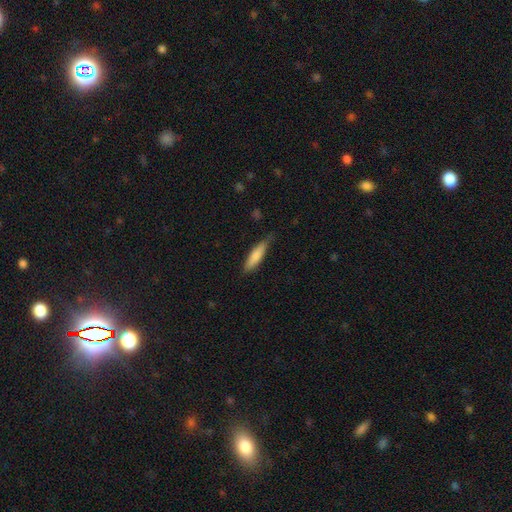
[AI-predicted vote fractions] Smooth or featured? Predicted: smooth (p=0.79). How rounded? Predicted: cigar-shaped (p=0.74). Merging? Predicted: none (p=0.74).